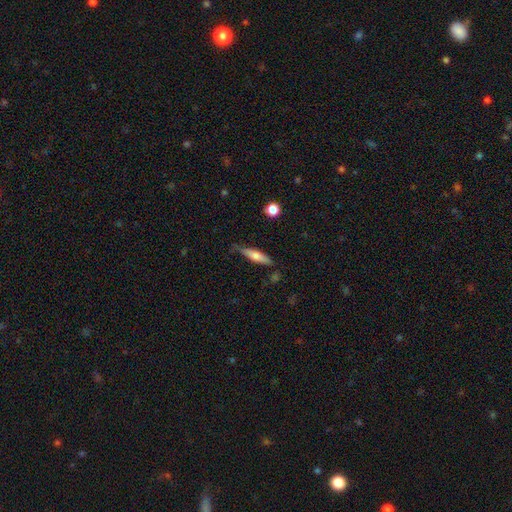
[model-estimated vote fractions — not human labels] This is possibly a smooth galaxy (55%). How rounded: likely cigar-shaped (76%). Merging: likely none (70%).